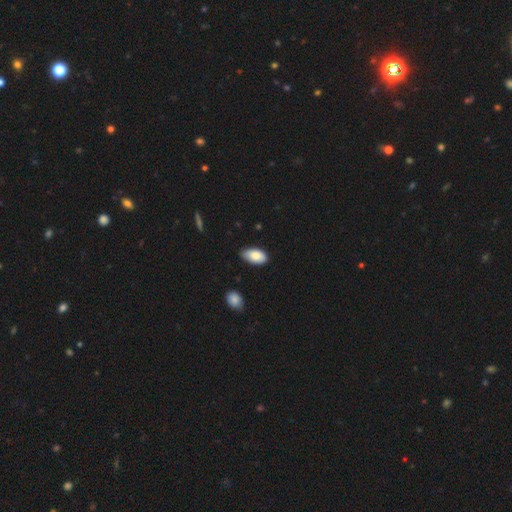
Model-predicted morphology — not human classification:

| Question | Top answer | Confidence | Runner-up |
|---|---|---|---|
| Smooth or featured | smooth | 83% | featured or disk (10%) |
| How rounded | in between | 95% | round (3%) |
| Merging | none | 76% | minor disturbance (20%) |